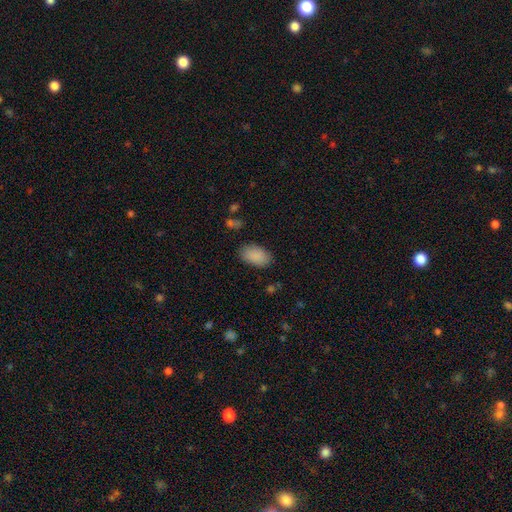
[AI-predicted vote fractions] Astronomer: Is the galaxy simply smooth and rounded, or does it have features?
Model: smooth — 89%.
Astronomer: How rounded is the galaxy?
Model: in between — 93%.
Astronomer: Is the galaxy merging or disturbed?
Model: none — 83%.